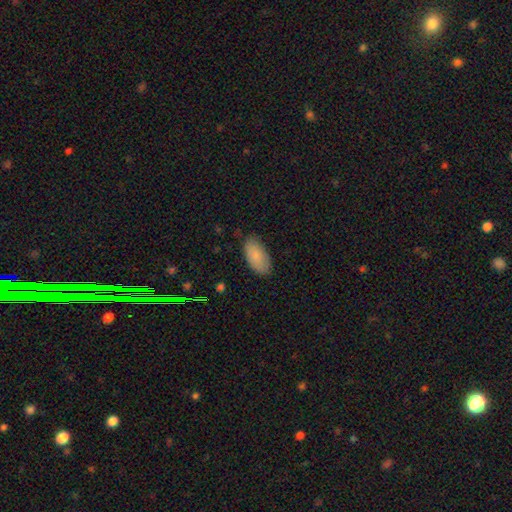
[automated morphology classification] smooth 83%, featured or disk 10%, star or artifact 7%. Down the decision tree: how rounded — in between (94%); merging — none (80%).